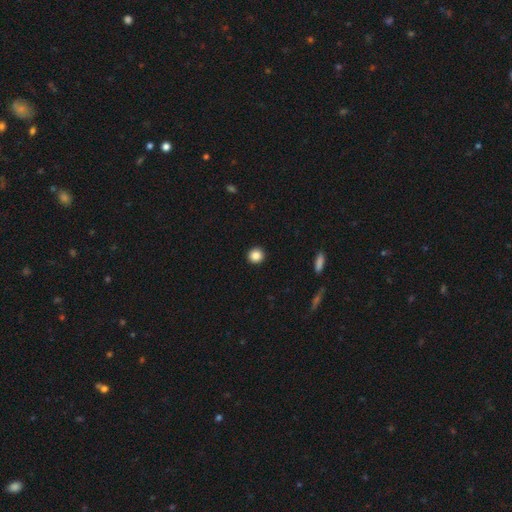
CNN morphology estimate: type=smooth (86%); roundness=round (94%); merging=none (93%).